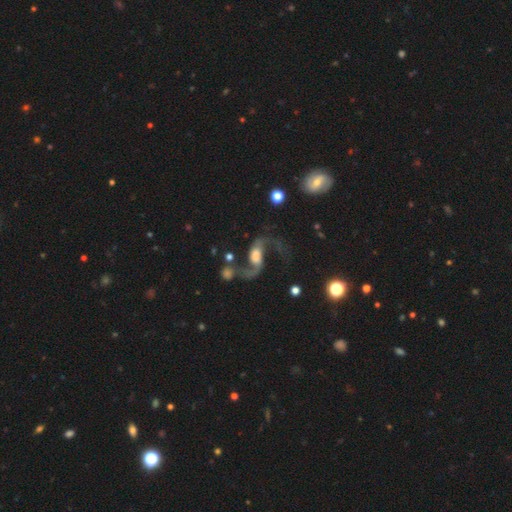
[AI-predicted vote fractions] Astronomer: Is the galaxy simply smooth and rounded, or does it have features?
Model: featured or disk — 84%.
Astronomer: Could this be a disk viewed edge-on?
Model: no — 96%.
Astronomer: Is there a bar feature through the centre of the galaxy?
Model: weak — 43% (runner-up: no, 37%).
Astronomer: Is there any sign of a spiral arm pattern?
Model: yes — 95%.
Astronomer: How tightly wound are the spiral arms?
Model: loose — 84%.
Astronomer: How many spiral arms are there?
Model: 2 — 92%.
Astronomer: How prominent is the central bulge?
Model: large — 36% (runner-up: moderate, 32%).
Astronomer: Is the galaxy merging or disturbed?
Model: none — 52%.